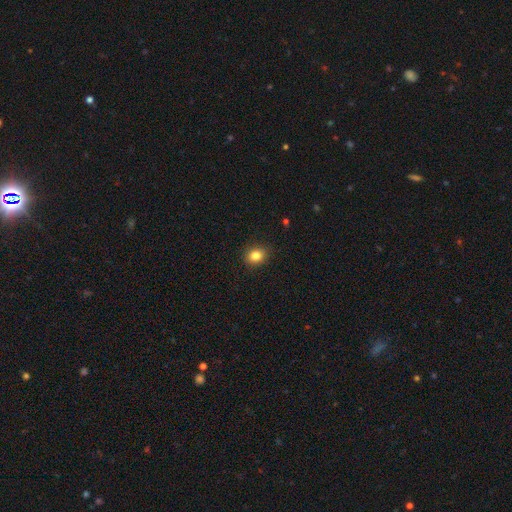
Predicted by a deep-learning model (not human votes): Smooth or featured?
  - smooth: 84% *
  - star or artifact: 11%
  - featured or disk: 6%
How rounded?
  - round: 63% *
  - in between: 36%
  - cigar-shaped: 1%
Merging?
  - none: 90% *
  - minor disturbance: 7%
  - major disturbance: 2%
  - merger: 1%